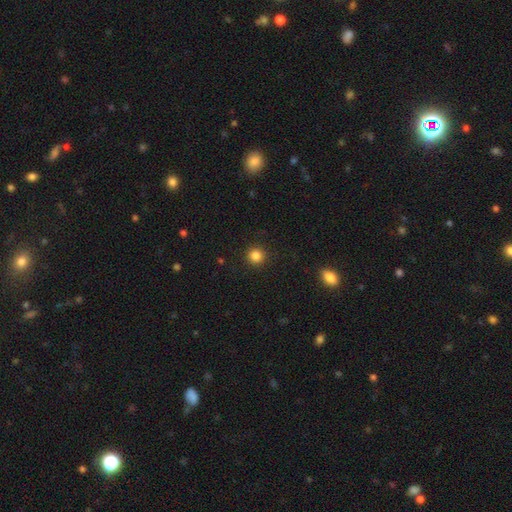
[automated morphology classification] Q: Smooth or featured?
A: smooth (84%); runner-up: star or artifact (12%)
Q: How rounded?
A: round (94%); runner-up: in between (5%)
Q: Merging?
A: none (92%); runner-up: minor disturbance (5%)